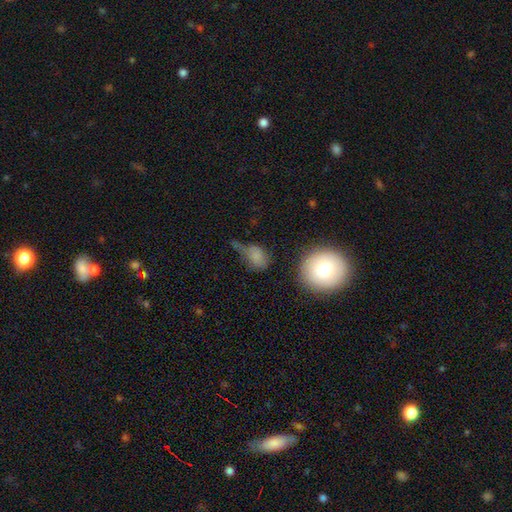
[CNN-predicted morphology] Smooth or featured? Predicted: smooth (p=0.71). How rounded? Predicted: in between (p=0.71). Merging? Predicted: major disturbance (p=0.30).